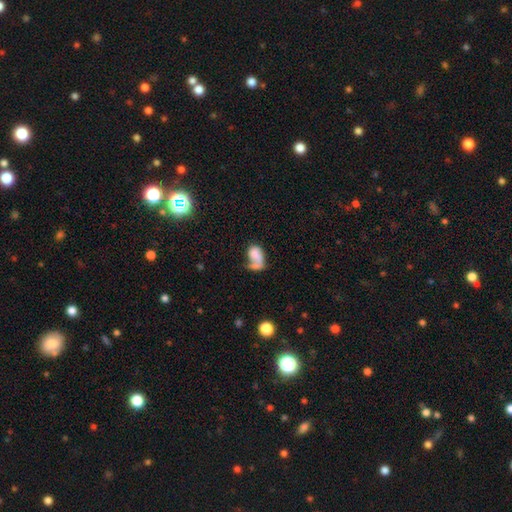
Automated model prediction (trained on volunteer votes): Smooth or featured: smooth — 59% (featured or disk — 31%)
How rounded: in between — 81% (round — 17%)
Merging: major disturbance — 36% (merger — 24%)